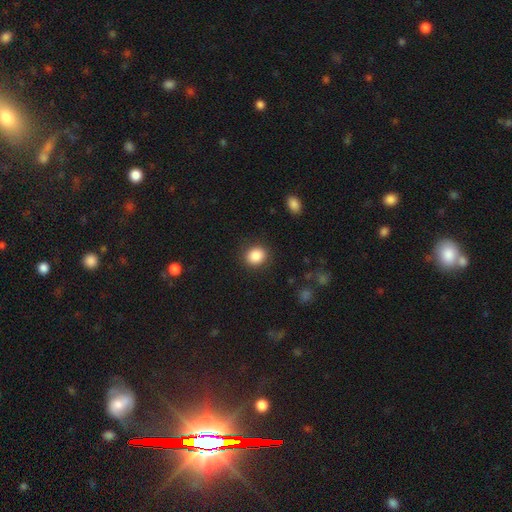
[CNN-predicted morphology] Smooth or featured? Predicted: smooth (p=0.87). How rounded? Predicted: round (p=0.72). Merging? Predicted: none (p=0.88).